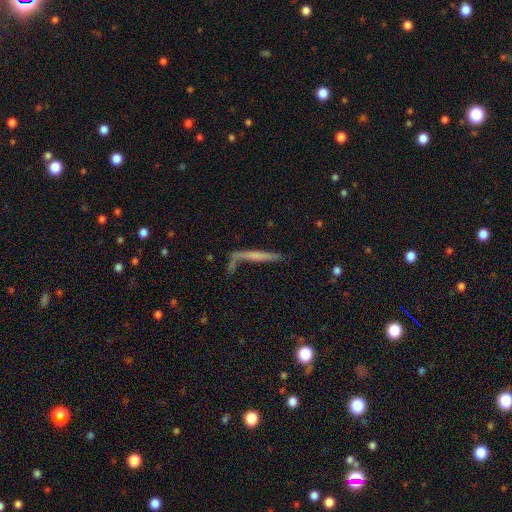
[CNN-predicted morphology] A featured or disk galaxy (46%, tied with smooth).

Vote fractions:
- Smooth or featured? featured or disk: 46% (tied) / smooth: 46% (tied) / star or artifact: 9%
- Merging? none: 58% / minor disturbance: 18% / merger: 15% / major disturbance: 9%